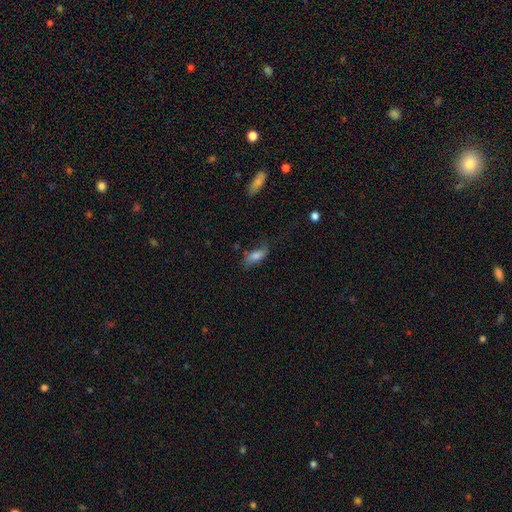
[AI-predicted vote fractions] The model was most divided on "merging": none: 55%, minor disturbance: 27%, major disturbance: 14%, merger: 3%. More confident: how rounded — in between (73%); smooth or featured — smooth (68%).